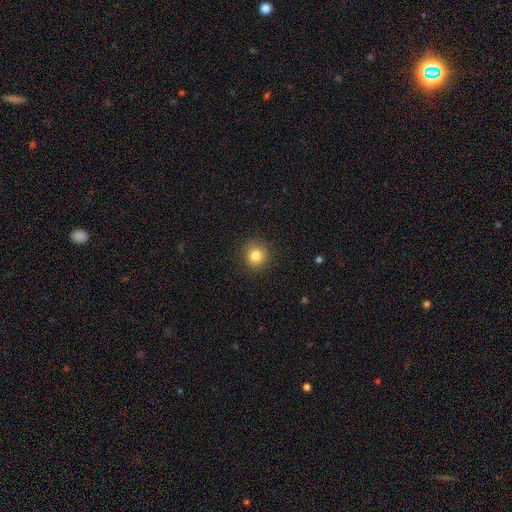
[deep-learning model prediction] Overall: smooth (83%). How rounded: round (92%). Merging: none (90%).